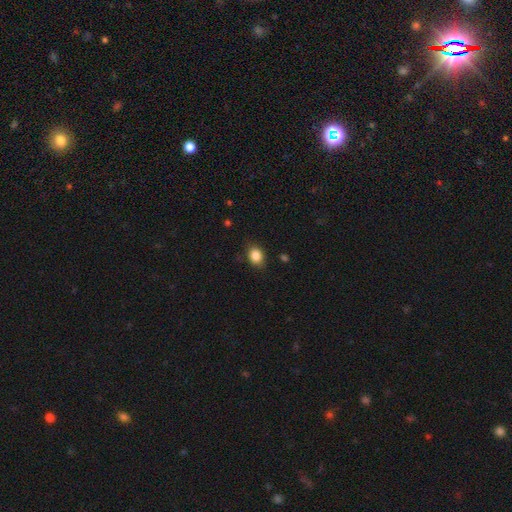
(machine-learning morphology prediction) type=smooth (85%); roundness=in between (59%); merging=none (82%).